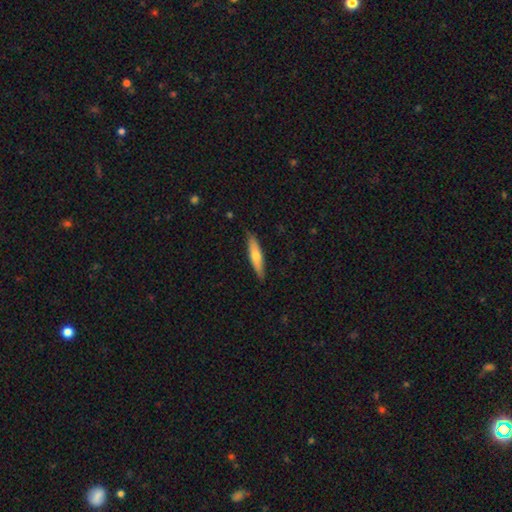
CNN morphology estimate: Smooth or featured?
  - smooth: 59% *
  - featured or disk: 35%
  - star or artifact: 6%
How rounded?
  - cigar-shaped: 78% *
  - in between: 20%
  - round: 2%
Merging?
  - none: 85% *
  - minor disturbance: 12%
  - major disturbance: 2%
  - merger: 1%